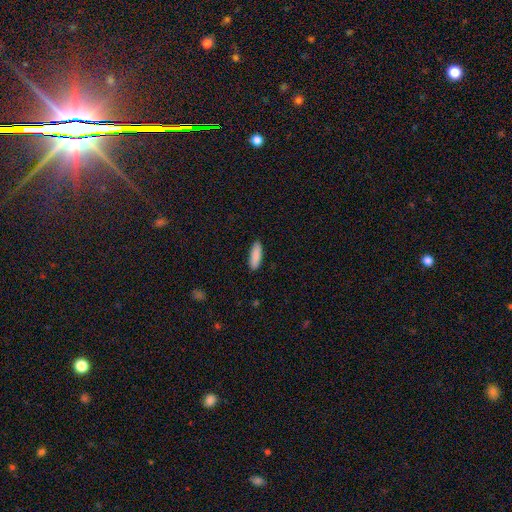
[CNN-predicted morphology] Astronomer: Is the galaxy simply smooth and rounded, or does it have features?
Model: smooth — 89%.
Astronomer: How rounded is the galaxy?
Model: in between — 50% (runner-up: cigar-shaped, 49%).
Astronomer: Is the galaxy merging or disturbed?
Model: none — 89%.